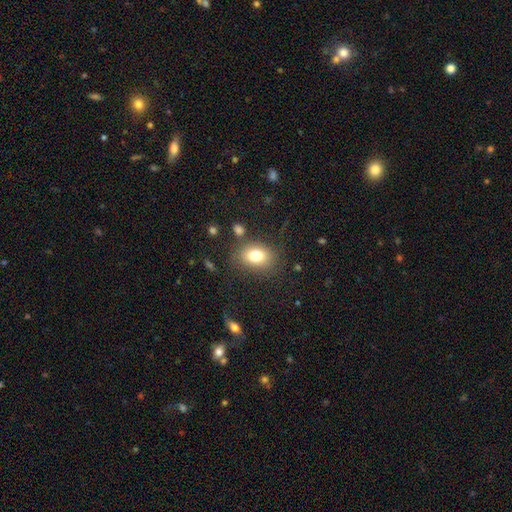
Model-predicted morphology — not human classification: Smooth or featured? Predicted: smooth (p=0.77). How rounded? Predicted: in between (p=0.68). Merging? Predicted: none (p=0.78).